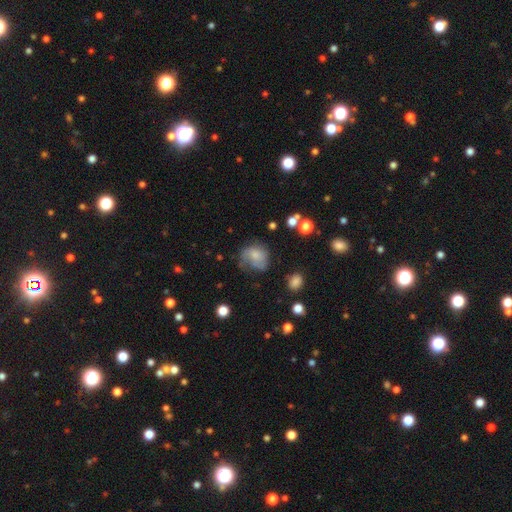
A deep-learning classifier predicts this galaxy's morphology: This is possibly a smooth galaxy (57%). How rounded: possibly round (57%). Merging: marginally none (35%).